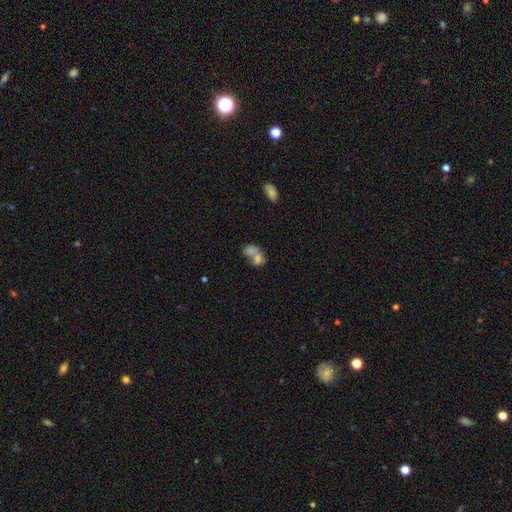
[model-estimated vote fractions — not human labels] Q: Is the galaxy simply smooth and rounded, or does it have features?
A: smooth — 68%.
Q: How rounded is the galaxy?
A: in between — 69%.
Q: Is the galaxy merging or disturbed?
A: merger — 70%.